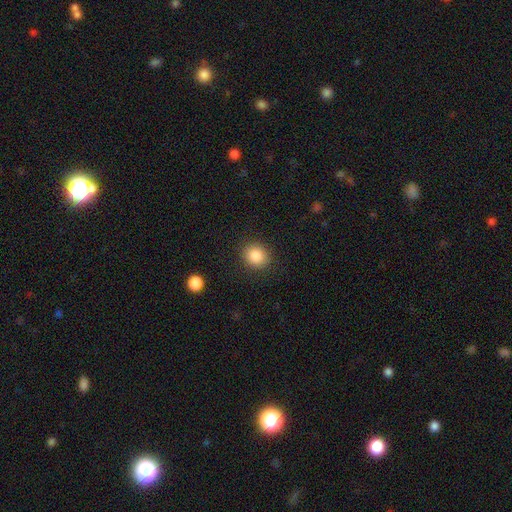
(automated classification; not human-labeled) Smooth or featured: smooth — 87% (star or artifact — 9%)
How rounded: round — 77% (in between — 22%)
Merging: none — 89% (minor disturbance — 7%)